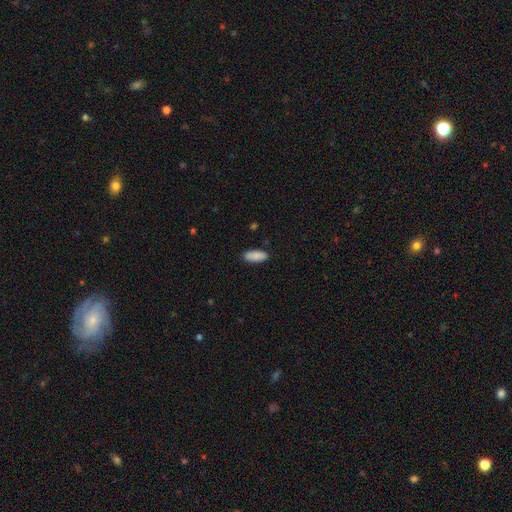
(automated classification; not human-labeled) A smooth galaxy with no disk features (89%) that is in between round and cigar-shaped (81%). Merging: none (88%).